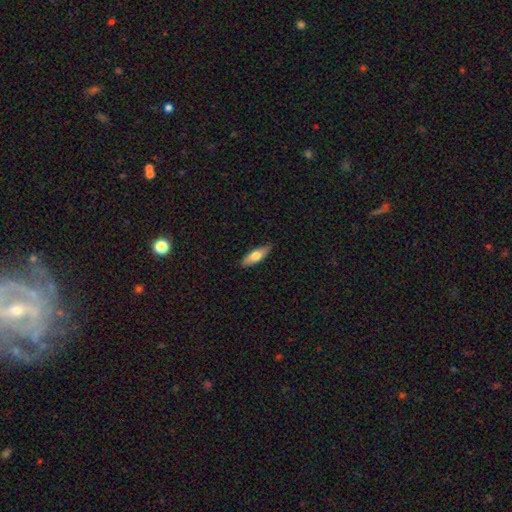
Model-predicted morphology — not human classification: A smooth galaxy with no disk features (65%) that is in between round and cigar-shaped (52%).

Vote fractions:
- Smooth or featured? smooth: 65% / featured or disk: 30% / star or artifact: 6%
- How rounded? in between: 52% / cigar-shaped: 46% / round: 2%
- Merging? none: 88% / minor disturbance: 10% / major disturbance: 2% / merger: 1%